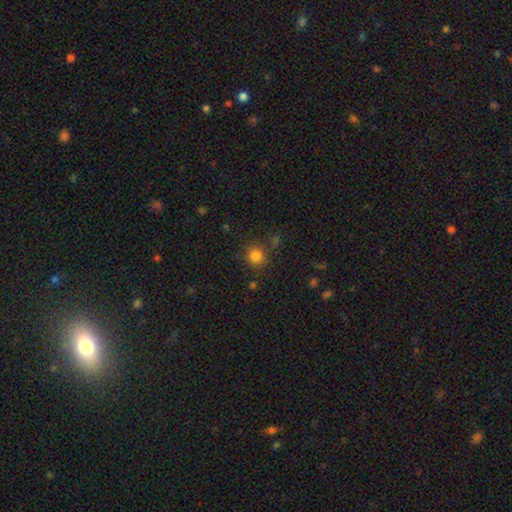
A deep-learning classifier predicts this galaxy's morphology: Smooth or featured?
  - smooth: 82% *
  - star or artifact: 13%
  - featured or disk: 5%
How rounded?
  - round: 89% *
  - in between: 10%
  - cigar-shaped: 1%
Merging?
  - none: 81% *
  - minor disturbance: 10%
  - merger: 5%
  - major disturbance: 4%